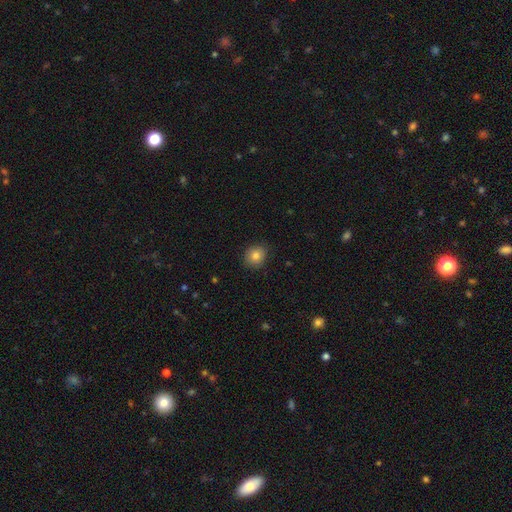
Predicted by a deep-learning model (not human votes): Q: Smooth or featured?
A: smooth (81%); runner-up: star or artifact (10%)
Q: How rounded?
A: round (77%); runner-up: in between (22%)
Q: Merging?
A: none (86%); runner-up: minor disturbance (11%)